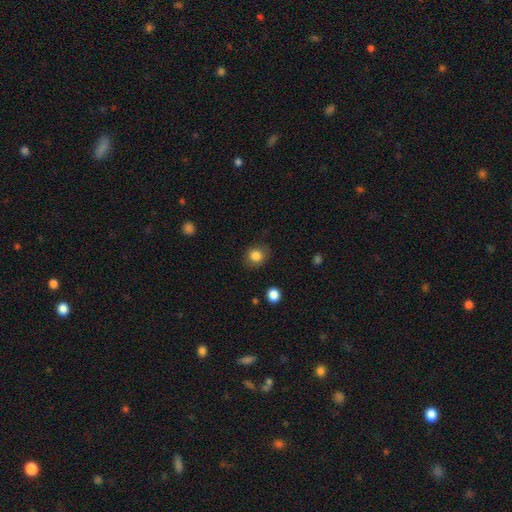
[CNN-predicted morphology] smooth-or-featured: smooth: 84% | star or artifact: 10% | featured or disk: 6%
  how-rounded: round: 75% | in between: 24% | cigar-shaped: 1%
  merging: none: 80% | minor disturbance: 14% | major disturbance: 4% | merger: 1%